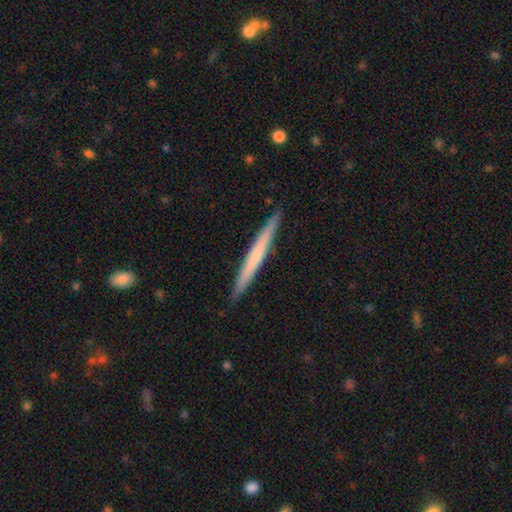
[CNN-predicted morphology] smooth-or-featured: smooth: 52% | featured or disk: 43% | star or artifact: 5%
  how-rounded: cigar-shaped: 97% | in between: 2% | round: 1%
  merging: none: 91% | minor disturbance: 7% | major disturbance: 1% | merger: 1%